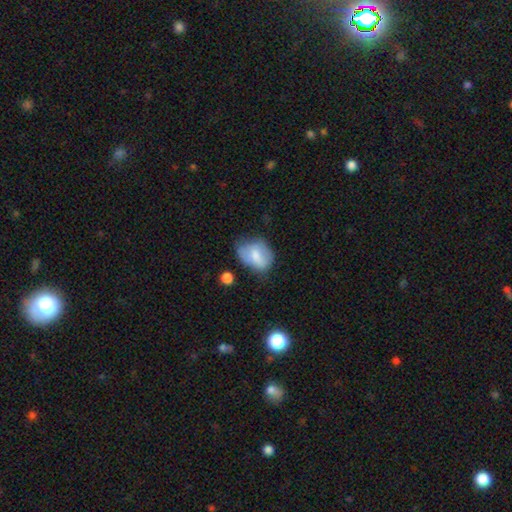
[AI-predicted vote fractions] smooth_or_featured: smooth (p=0.69) [alt: featured or disk p=0.24]
how_rounded: in between (p=0.71) [alt: round p=0.28]
merging: none (p=0.48) [alt: minor disturbance p=0.35]